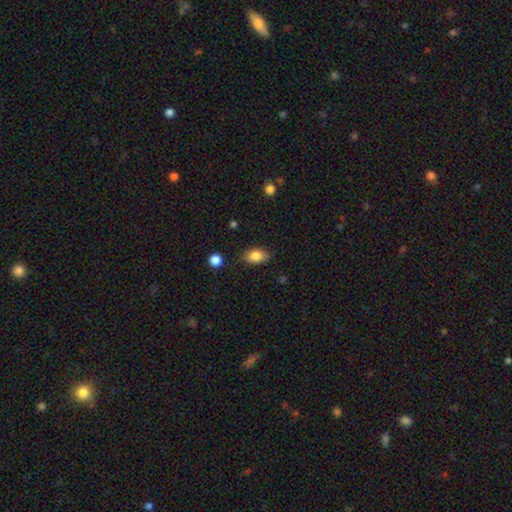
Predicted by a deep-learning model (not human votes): smooth 83%, featured or disk 9%, star or artifact 8%. Down the decision tree: how rounded — in between (85%); merging — none (80%).